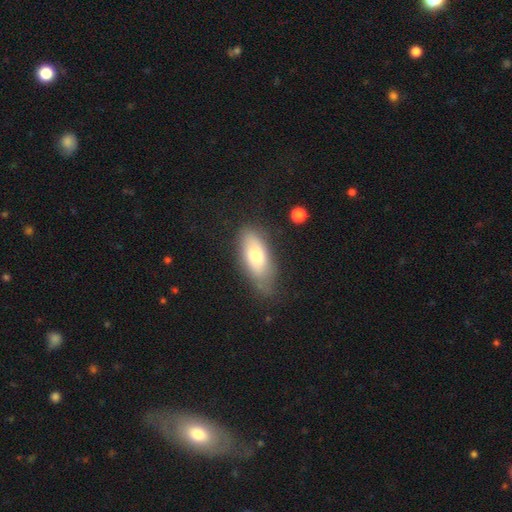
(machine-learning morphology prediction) This is likely a smooth galaxy (70%). How rounded: clearly in between (82%). Merging: likely none (63%).